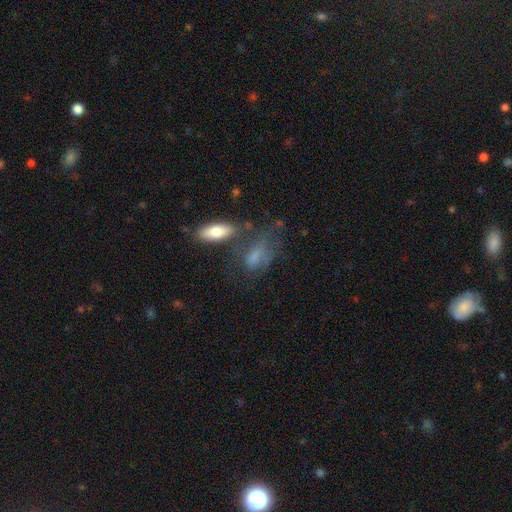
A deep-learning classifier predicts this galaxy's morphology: Smooth or featured? Predicted: smooth (p=0.65). How rounded? Predicted: in between (p=0.79). Merging? Predicted: none (p=0.36).